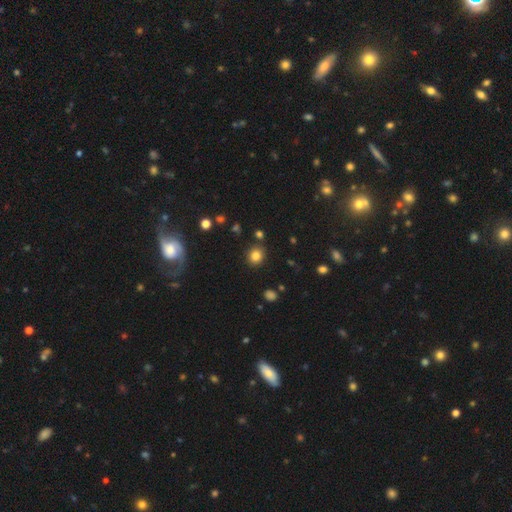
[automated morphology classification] smooth_or_featured: smooth (p=0.83) [alt: star or artifact p=0.12]
how_rounded: round (p=0.77) [alt: in between p=0.22]
merging: none (p=0.86) [alt: minor disturbance p=0.08]